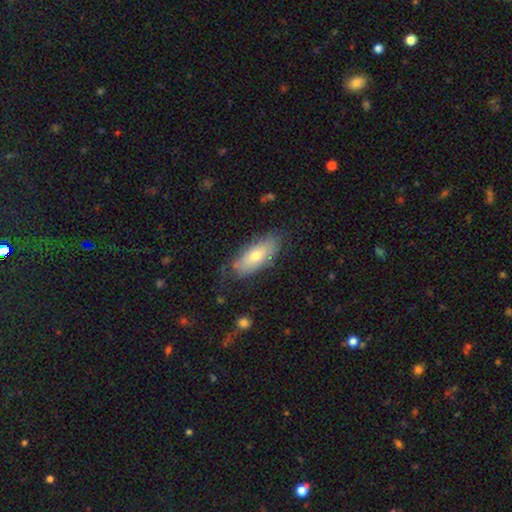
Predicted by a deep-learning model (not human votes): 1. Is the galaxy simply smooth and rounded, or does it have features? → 64% smooth, 30% featured or disk, 6% star or artifact.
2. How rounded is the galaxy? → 80% in between, 17% cigar-shaped, 2% round.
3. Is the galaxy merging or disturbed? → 72% none, 21% minor disturbance, 5% major disturbance, 2% merger.